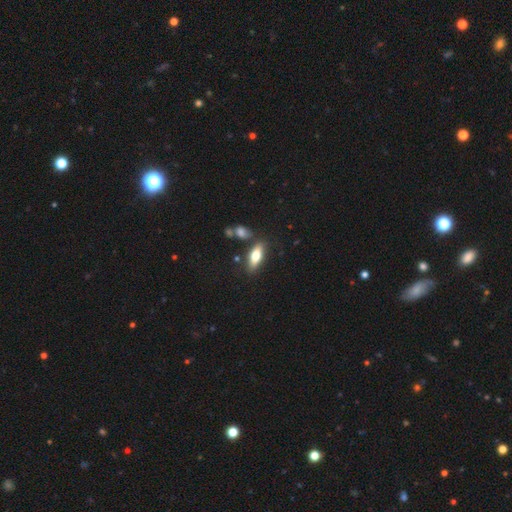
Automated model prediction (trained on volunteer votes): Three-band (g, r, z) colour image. It shows a smooth galaxy with no disk features (66%) that is in between round and cigar-shaped (68%). Merging: none (75%).